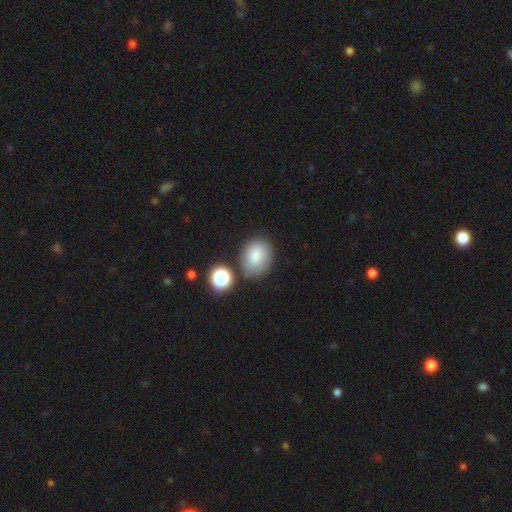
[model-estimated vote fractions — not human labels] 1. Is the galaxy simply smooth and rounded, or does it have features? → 82% smooth, 10% star or artifact, 8% featured or disk.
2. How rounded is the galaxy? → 50% round, 49% in between, 1% cigar-shaped.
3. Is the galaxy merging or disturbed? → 70% none, 16% minor disturbance, 9% merger, 5% major disturbance.